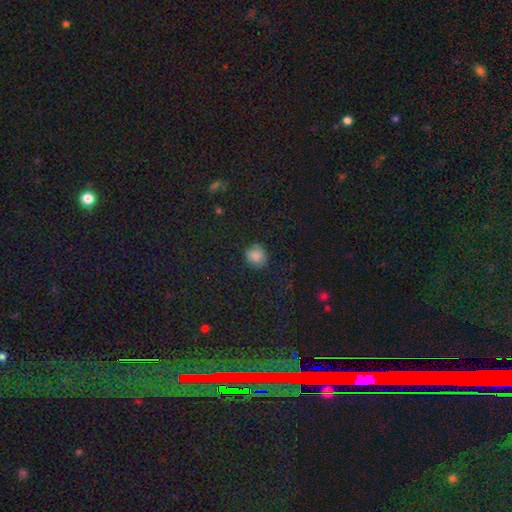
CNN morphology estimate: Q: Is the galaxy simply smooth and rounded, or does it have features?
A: smooth — 82%.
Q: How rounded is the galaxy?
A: round — 79%.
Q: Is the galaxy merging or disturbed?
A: none — 79%.